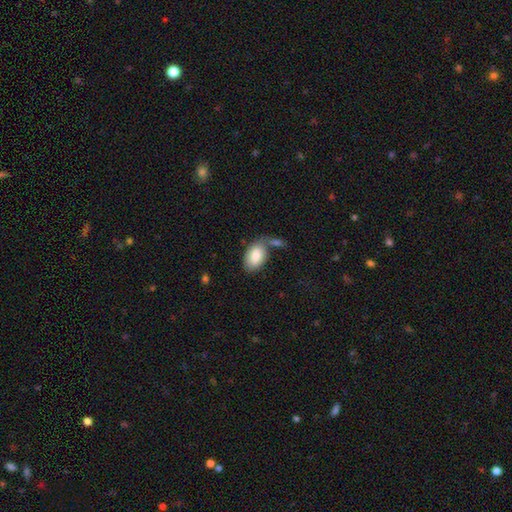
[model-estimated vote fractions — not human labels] This is clearly a smooth galaxy (83%). How rounded: clearly in between (93%). Merging: possibly none (55%).